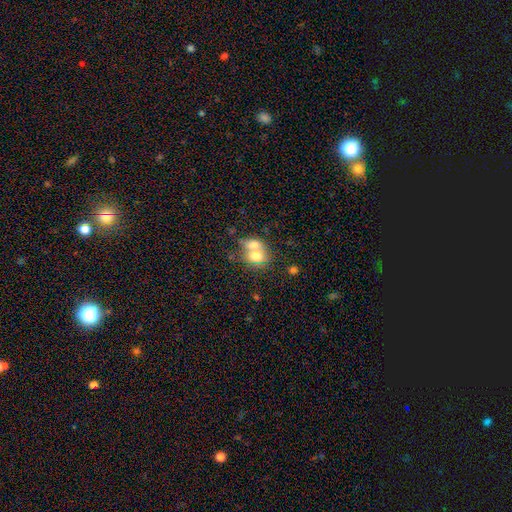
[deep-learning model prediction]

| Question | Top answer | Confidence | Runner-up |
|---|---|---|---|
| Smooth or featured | smooth | 70% | featured or disk (21%) |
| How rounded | in between | 51% | round (47%) |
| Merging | merger | 67% | none (22%) |